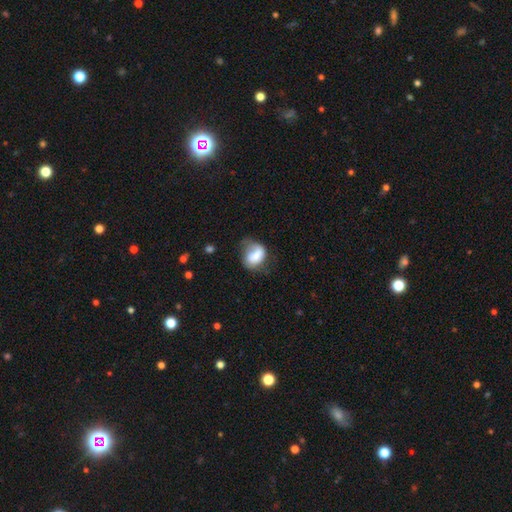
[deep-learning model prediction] smooth-or-featured: smooth: 62% | featured or disk: 30% | star or artifact: 8%
  how-rounded: in between: 64% | round: 34% | cigar-shaped: 1%
  merging: minor disturbance: 32% (tied) | none: 32% (tied) | major disturbance: 31% | merger: 6%